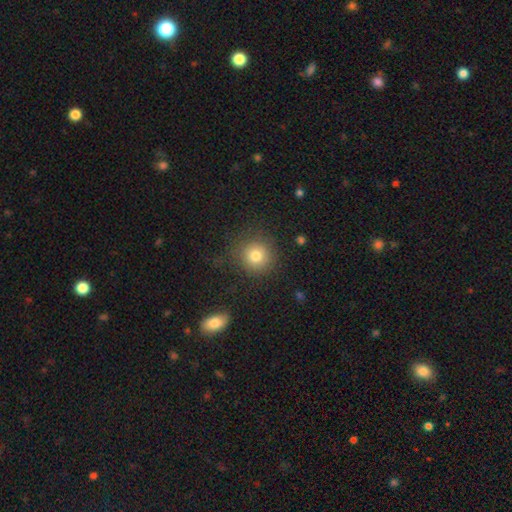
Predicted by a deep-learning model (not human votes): Overall: smooth (79%). How rounded: round (92%). Merging: none (84%).